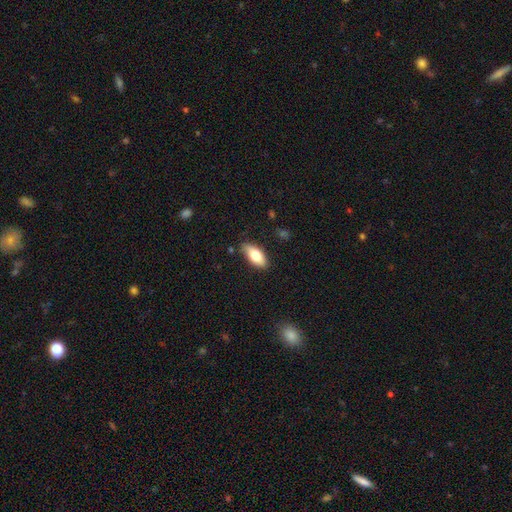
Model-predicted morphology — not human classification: Smooth or featured? Predicted: smooth (p=0.77). How rounded? Predicted: in between (p=0.86). Merging? Predicted: none (p=0.79).